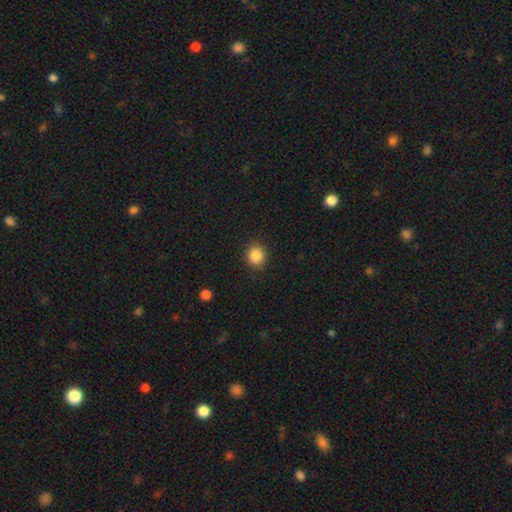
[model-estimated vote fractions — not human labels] Smooth or featured? smooth (86%)
How rounded? round (77%)
Merging? none (89%)